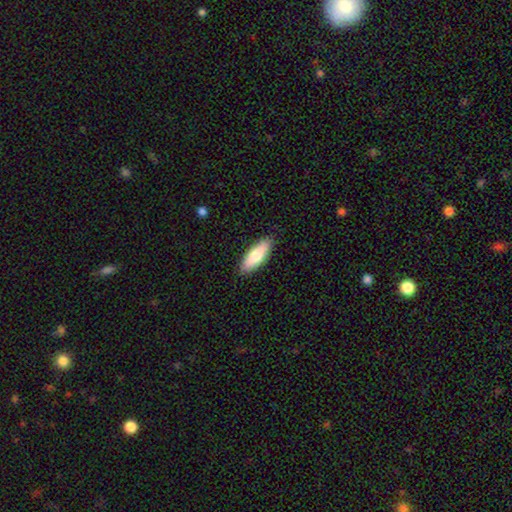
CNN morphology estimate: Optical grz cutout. It shows a smooth galaxy with no disk features (76%) that is in between round and cigar-shaped (68%). Merging: none (88%).